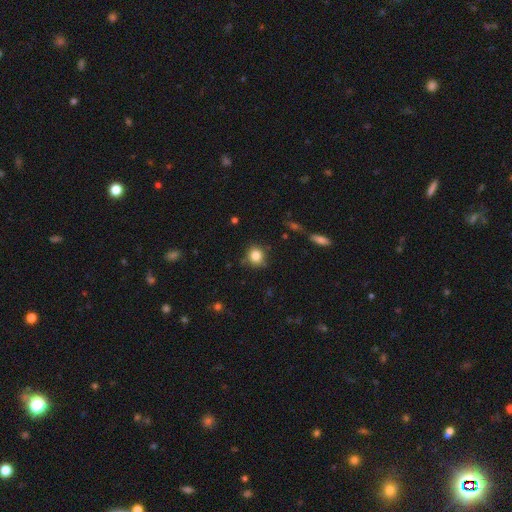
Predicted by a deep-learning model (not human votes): A smooth galaxy with no disk features (83%) that is round (85%). Merging: none (79%).